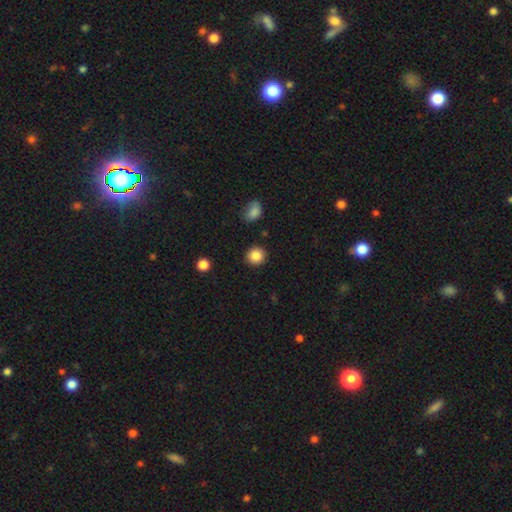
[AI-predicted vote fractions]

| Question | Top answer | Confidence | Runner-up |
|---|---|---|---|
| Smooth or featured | smooth | 87% | star or artifact (9%) |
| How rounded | round | 89% | in between (10%) |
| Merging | none | 90% | minor disturbance (6%) |